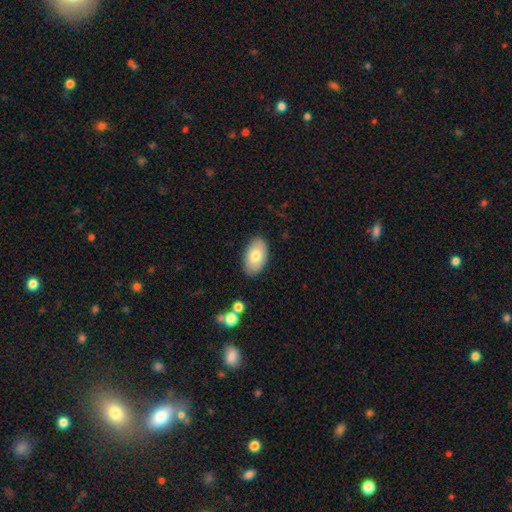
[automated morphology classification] smooth 75%, featured or disk 18%, star or artifact 7%. Down the decision tree: how rounded — in between (93%); merging — none (85%).